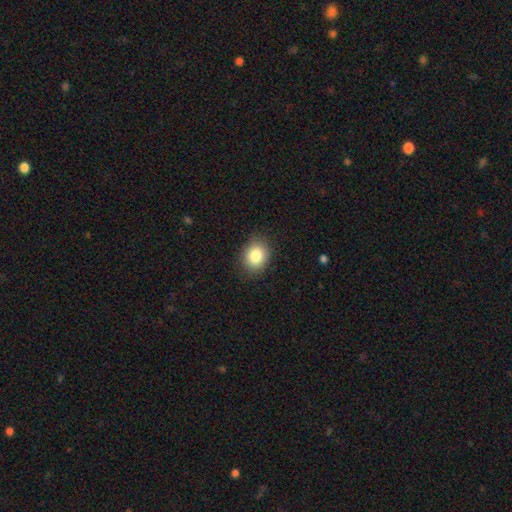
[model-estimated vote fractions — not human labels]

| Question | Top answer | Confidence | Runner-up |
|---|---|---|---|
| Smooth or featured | smooth | 84% | star or artifact (9%) |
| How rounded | round | 52% | in between (47%) |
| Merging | none | 87% | minor disturbance (10%) |